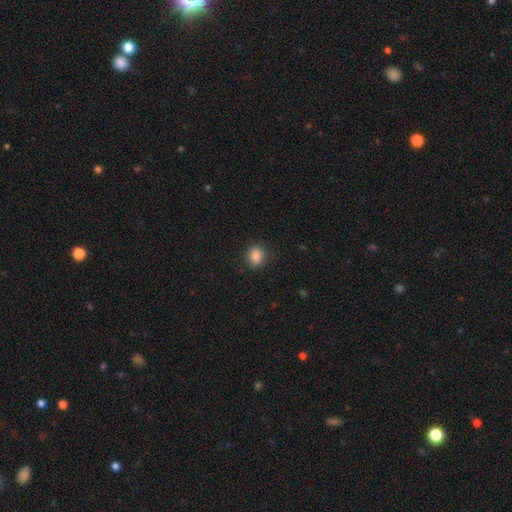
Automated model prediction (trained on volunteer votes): smooth_or_featured: smooth (p=0.87) [alt: star or artifact p=0.10]
how_rounded: round (p=0.55) [alt: in between p=0.43]
merging: none (p=0.83) [alt: minor disturbance p=0.12]